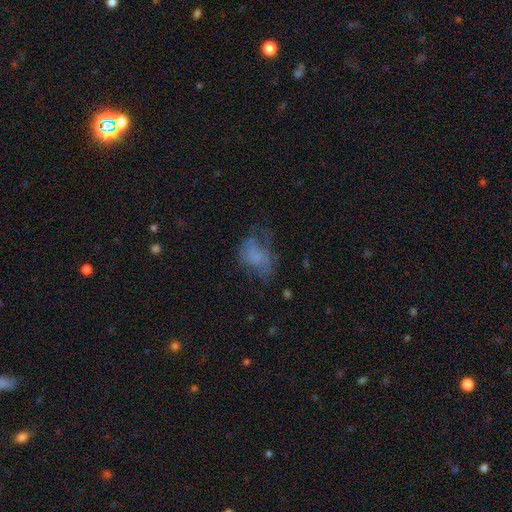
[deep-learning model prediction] Overall: smooth (52%; featured or disk 34%). How rounded: in between (77%). Merging: major disturbance (36%, tied with none).